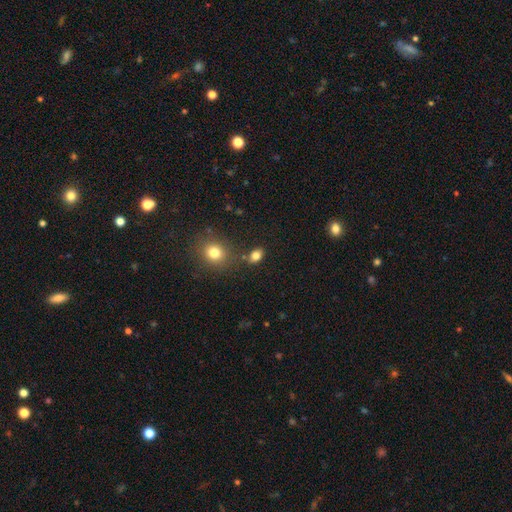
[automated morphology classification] smooth_or_featured: smooth (p=0.81) [alt: star or artifact p=0.12]
how_rounded: in between (p=0.75) [alt: round p=0.23]
merging: none (p=0.76) [alt: minor disturbance p=0.12]